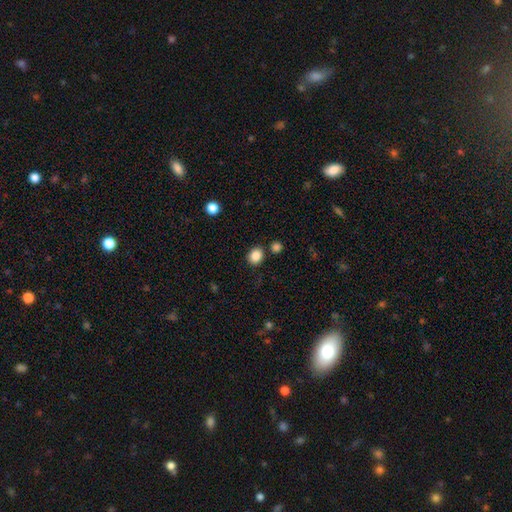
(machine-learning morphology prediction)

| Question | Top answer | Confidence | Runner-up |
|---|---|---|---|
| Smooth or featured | smooth | 86% | star or artifact (10%) |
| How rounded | round | 65% | in between (34%) |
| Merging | none | 83% | minor disturbance (9%) |